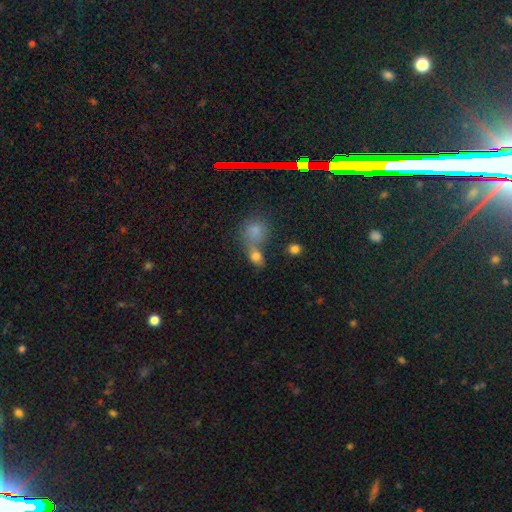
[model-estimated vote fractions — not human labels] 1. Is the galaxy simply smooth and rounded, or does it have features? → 73% smooth, 16% star or artifact, 11% featured or disk.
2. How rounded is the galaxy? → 55% in between, 42% round, 3% cigar-shaped.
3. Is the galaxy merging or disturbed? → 47% merger, 37% none, 10% minor disturbance, 6% major disturbance.